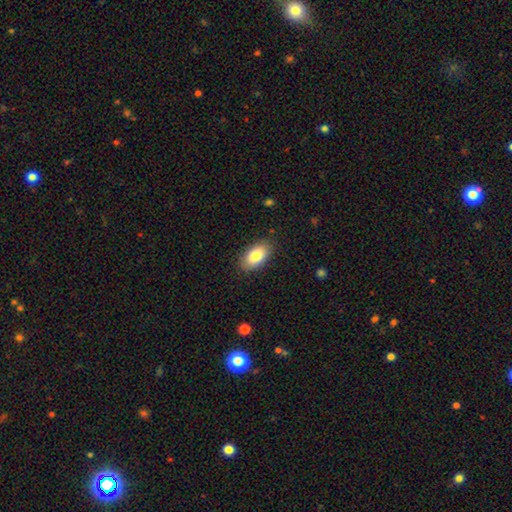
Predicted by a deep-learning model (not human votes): A smooth galaxy with no disk features (84%) that is in between round and cigar-shaped (94%). Merging: none (86%).